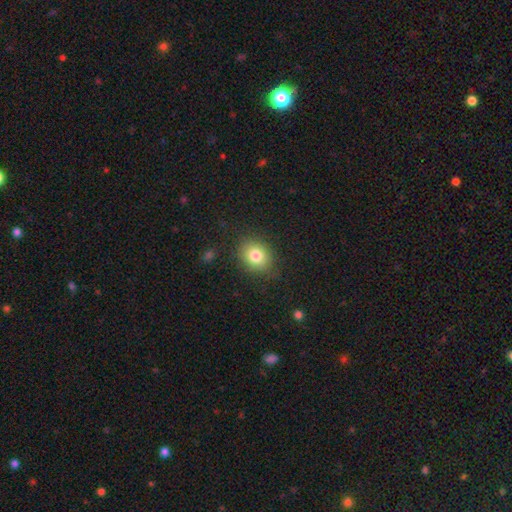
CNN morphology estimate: Smooth or featured: smooth — 80% (star or artifact — 11%)
How rounded: round — 60% (in between — 39%)
Merging: none — 84% (minor disturbance — 11%)